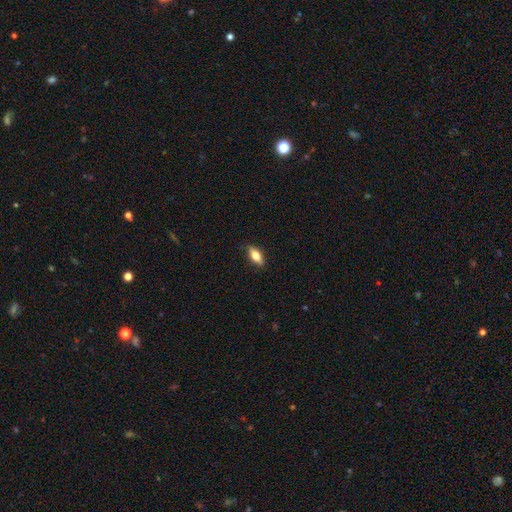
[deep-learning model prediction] smooth-or-featured: smooth: 73% | featured or disk: 20% | star or artifact: 7%
  how-rounded: in between: 81% | cigar-shaped: 16% | round: 4%
  merging: none: 84% | minor disturbance: 13% | major disturbance: 2% | merger: 1%